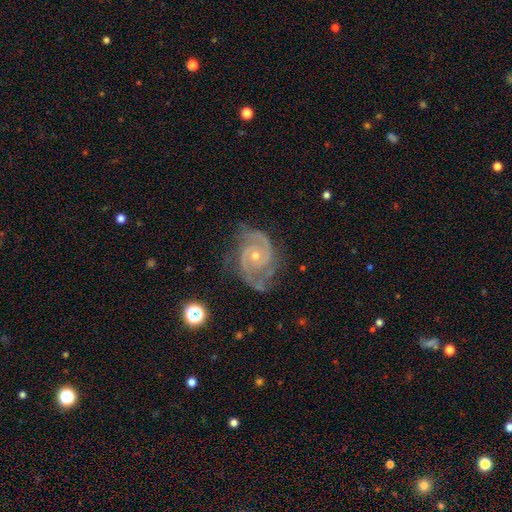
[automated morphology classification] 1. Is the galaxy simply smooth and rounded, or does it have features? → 92% featured or disk, 5% star or artifact, 3% smooth.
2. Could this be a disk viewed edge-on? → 98% no, 2% yes.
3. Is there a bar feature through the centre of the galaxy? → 70% no, 23% weak, 6% strong.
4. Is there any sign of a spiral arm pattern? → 98% yes, 2% no.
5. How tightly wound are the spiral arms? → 49% tight, 45% medium, 6% loose.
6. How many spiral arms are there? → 78% 2, 12% 3, 4% can't tell, 2% 4, 2% 1, 2% more than 4.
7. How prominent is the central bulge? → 62% small, 35% moderate, 1% none, 1% large, 1% dominant.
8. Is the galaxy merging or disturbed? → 69% none, 21% minor disturbance, 8% major disturbance, 2% merger.